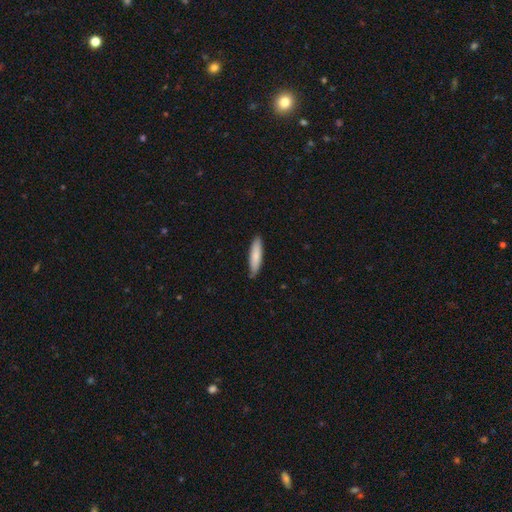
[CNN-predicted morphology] This appears to be a smooth galaxy with no disk features (82%) that is cigar-shaped (76%). Merging: none (84%).